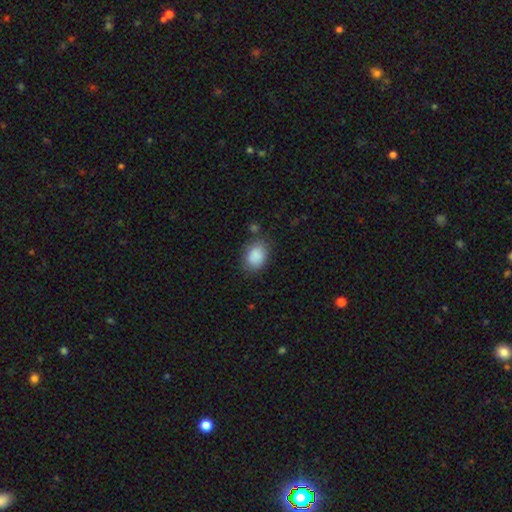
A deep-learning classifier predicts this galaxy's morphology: The model was most divided on "how rounded": in between: 71%, round: 28%, cigar-shaped: 1%. More confident: smooth or featured — smooth (88%); merging — none (75%).